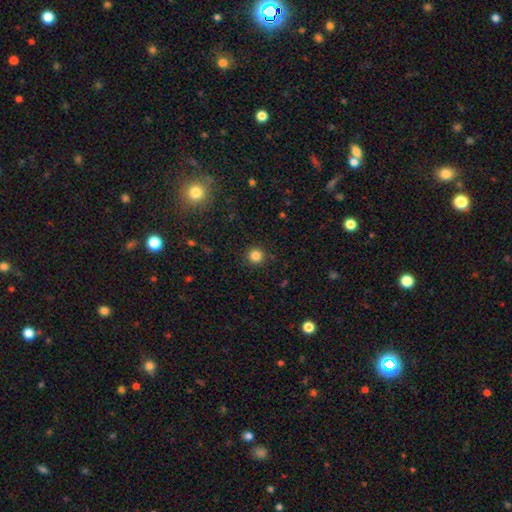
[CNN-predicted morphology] This is clearly a smooth galaxy (84%). How rounded: clearly round (94%). Merging: clearly none (90%).